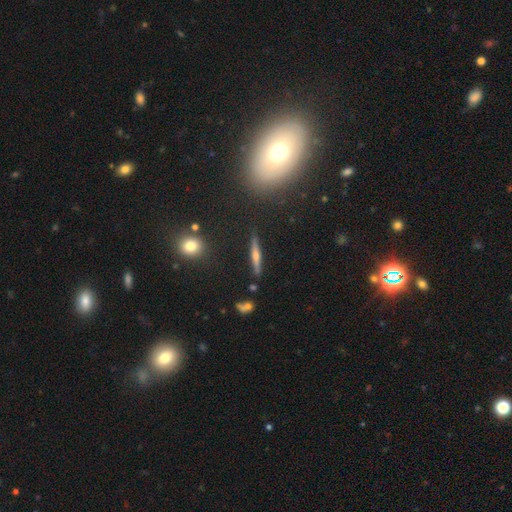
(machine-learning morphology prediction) smooth_or_featured: featured or disk (p=0.61) [alt: smooth p=0.29]
disk_edge_on: yes (p=0.96) [alt: no p=0.04]
edge_on_bulge: rounded (p=0.84) [alt: none p=0.10]
merging: none (p=0.88) [alt: minor disturbance p=0.08]